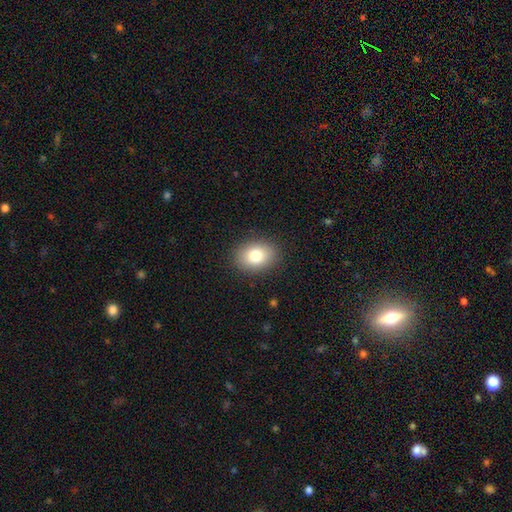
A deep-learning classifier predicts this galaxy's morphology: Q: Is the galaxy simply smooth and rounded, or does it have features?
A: smooth — 80%.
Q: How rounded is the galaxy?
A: in between — 70%.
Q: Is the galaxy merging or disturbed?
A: none — 88%.